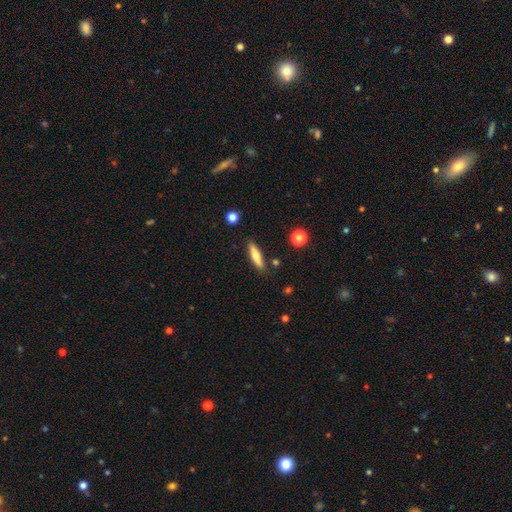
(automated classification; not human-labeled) The model was most divided on "smooth or featured": smooth: 61%, featured or disk: 32%, star or artifact: 6%. More confident: merging — none (85%); how rounded — cigar-shaped (73%).